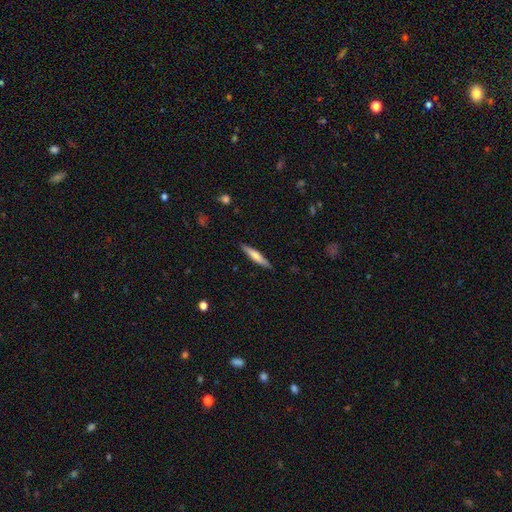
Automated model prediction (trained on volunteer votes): smooth_or_featured: smooth (p=0.65) [alt: featured or disk p=0.30]
how_rounded: cigar-shaped (p=0.89) [alt: in between p=0.09]
merging: none (p=0.89) [alt: minor disturbance p=0.08]